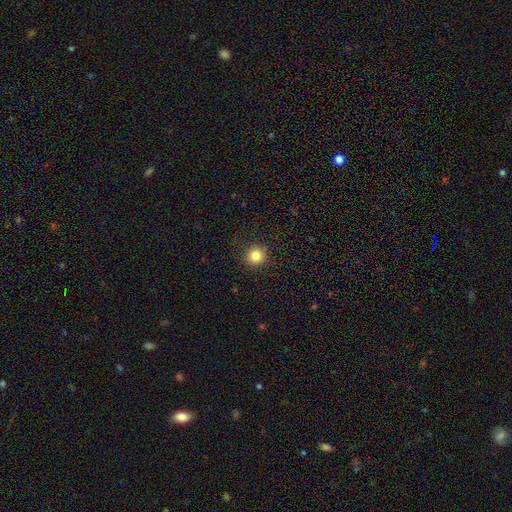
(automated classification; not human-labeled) This appears to be a smooth galaxy with no disk features (82%) that is round (91%). Merging: none (91%).